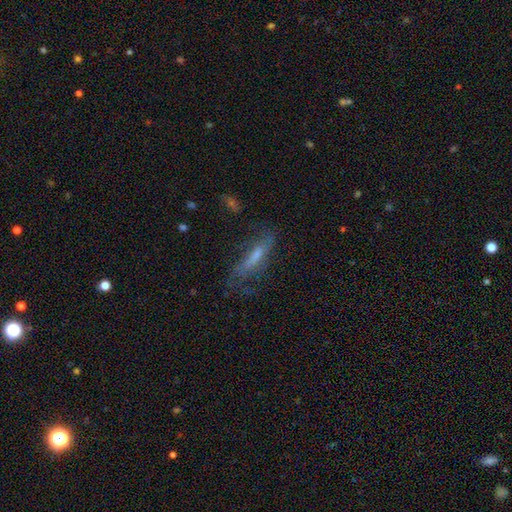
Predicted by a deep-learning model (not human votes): smooth_or_featured: featured or disk (p=0.47) [alt: smooth p=0.41]
merging: none (p=0.56) [alt: minor disturbance p=0.24]